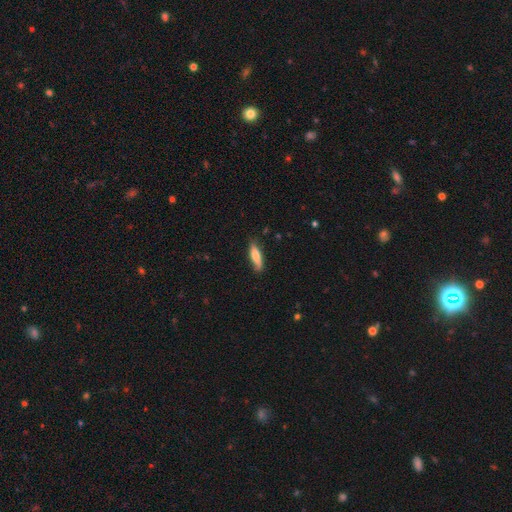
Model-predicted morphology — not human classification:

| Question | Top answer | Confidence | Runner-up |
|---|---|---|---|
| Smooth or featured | smooth | 76% | featured or disk (18%) |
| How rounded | cigar-shaped | 62% | in between (36%) |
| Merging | none | 77% | minor disturbance (19%) |